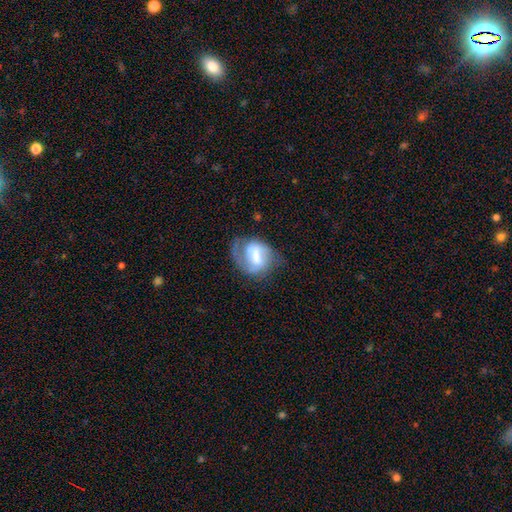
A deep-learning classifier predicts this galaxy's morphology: Smooth or featured: featured or disk — 65% (smooth — 28%)
Edge-on disk: no — 97% (yes — 3%)
Bar: weak — 47% (strong — 36%)
Spiral arms: yes — 79% (no — 21%)
Bulge size: moderate — 47% (small — 25%)
Merging: none — 50% (minor disturbance — 27%)